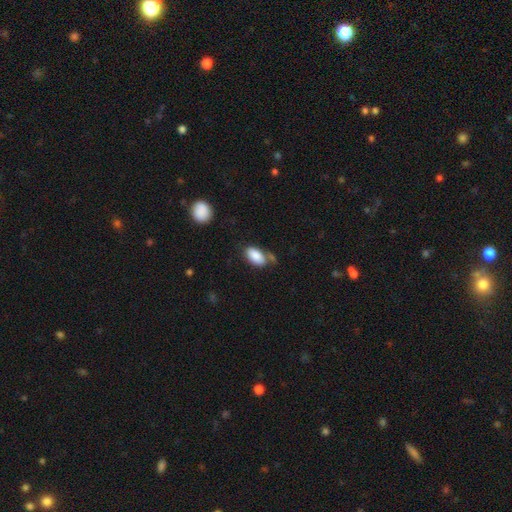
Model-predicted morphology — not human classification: Overall: smooth (87%). How rounded: in between (94%). Merging: none (61%).